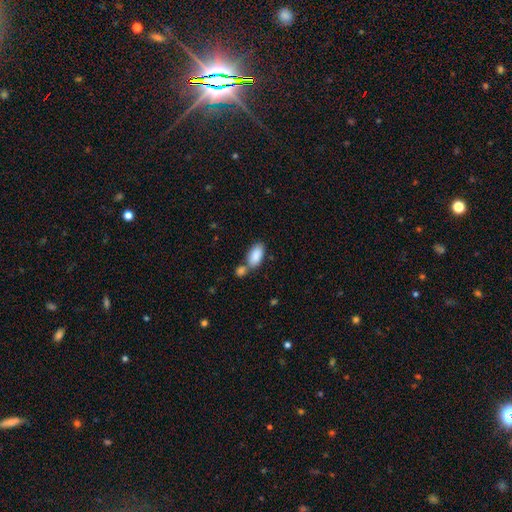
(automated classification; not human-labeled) smooth-or-featured: smooth: 87% | star or artifact: 7% | featured or disk: 7%
  how-rounded: in between: 93% | cigar-shaped: 5% | round: 3%
  merging: none: 47% | merger: 37% | minor disturbance: 12% | major disturbance: 4%